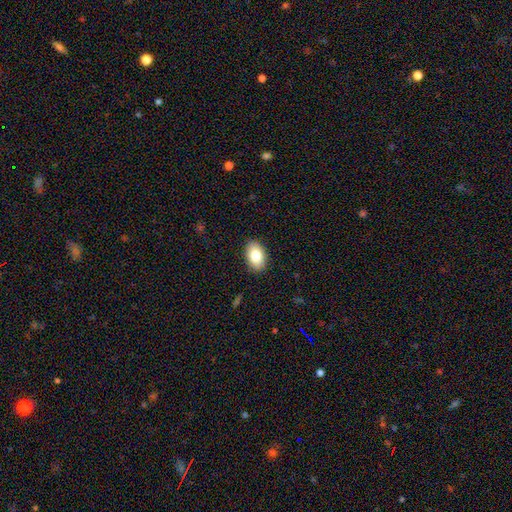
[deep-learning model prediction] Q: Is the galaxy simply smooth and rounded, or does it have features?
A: smooth — 81%.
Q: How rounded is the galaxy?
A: in between — 90%.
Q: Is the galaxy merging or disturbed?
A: none — 89%.